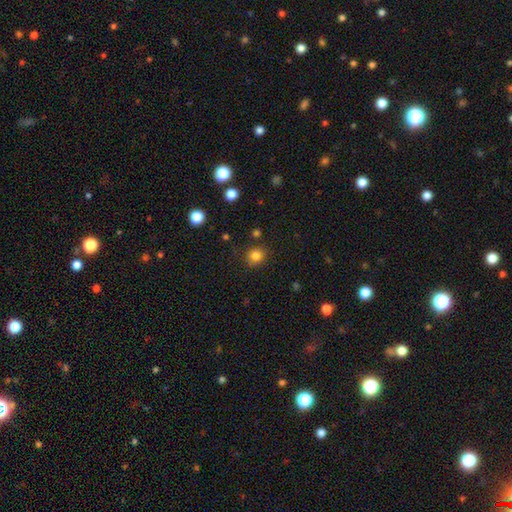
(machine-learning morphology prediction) Q: Smooth or featured?
A: smooth (83%); runner-up: star or artifact (13%)
Q: How rounded?
A: round (83%); runner-up: in between (16%)
Q: Merging?
A: none (84%); runner-up: minor disturbance (10%)